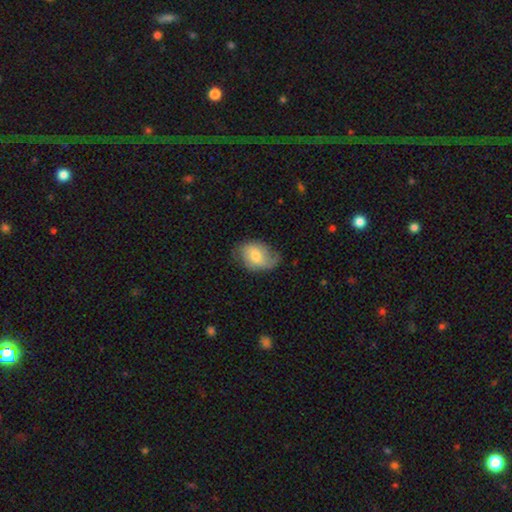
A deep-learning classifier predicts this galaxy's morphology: Smooth or featured: smooth — 57% (featured or disk — 36%)
How rounded: in between — 80% (round — 19%)
Merging: none — 60% (minor disturbance — 30%)